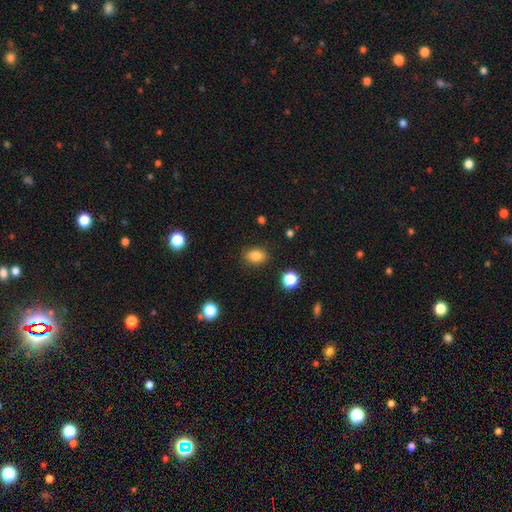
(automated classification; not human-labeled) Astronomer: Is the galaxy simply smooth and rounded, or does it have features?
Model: smooth — 84%.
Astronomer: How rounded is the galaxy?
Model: in between — 77%.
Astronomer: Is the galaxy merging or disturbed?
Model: none — 85%.